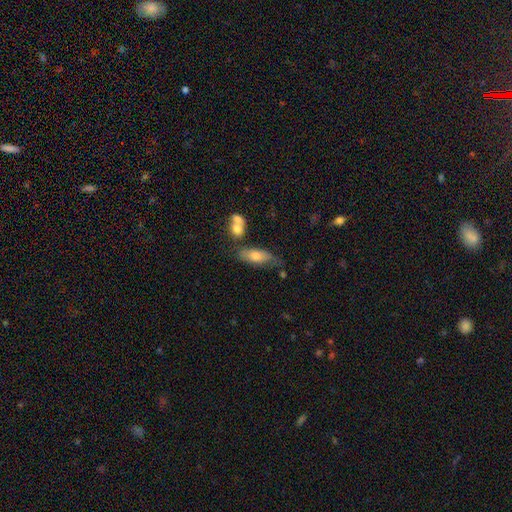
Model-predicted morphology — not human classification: Q: Smooth or featured?
A: smooth (68%); runner-up: featured or disk (23%)
Q: How rounded?
A: in between (73%); runner-up: cigar-shaped (23%)
Q: Merging?
A: none (49%); runner-up: minor disturbance (25%)